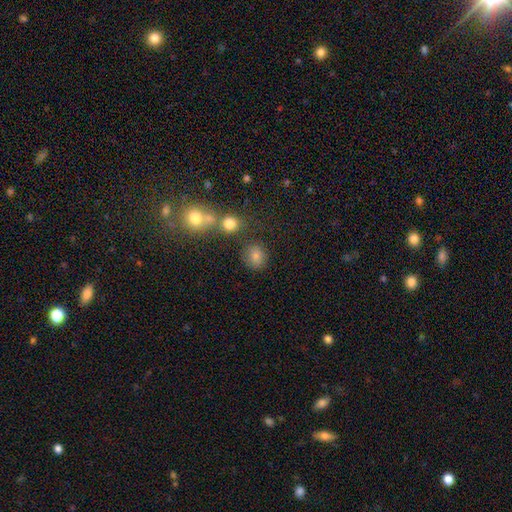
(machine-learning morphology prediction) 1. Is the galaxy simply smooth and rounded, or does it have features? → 75% smooth, 17% star or artifact, 8% featured or disk.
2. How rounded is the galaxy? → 73% round, 26% in between, 1% cigar-shaped.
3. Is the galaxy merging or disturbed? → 76% none, 11% minor disturbance, 9% merger, 4% major disturbance.